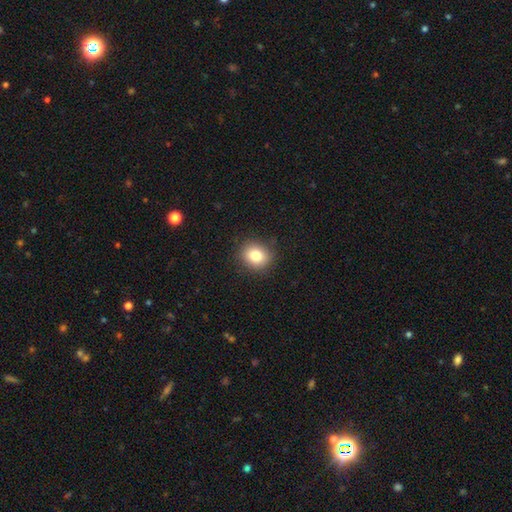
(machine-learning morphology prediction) smooth 82%, star or artifact 11%, featured or disk 8%. Down the decision tree: how rounded — round (73%); merging — none (88%).